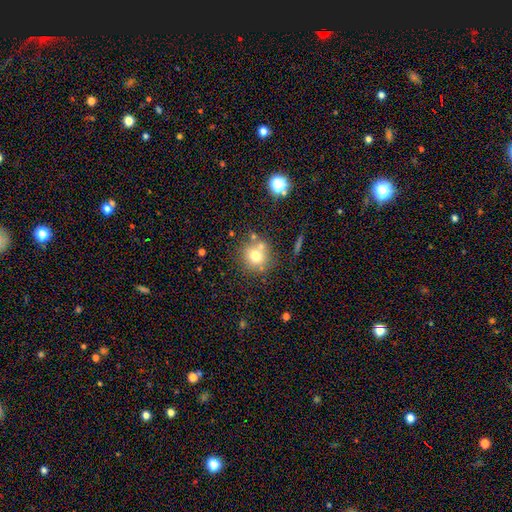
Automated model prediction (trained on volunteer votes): A smooth galaxy with no disk features (70%) that is round (88%). Merging: none (67%).